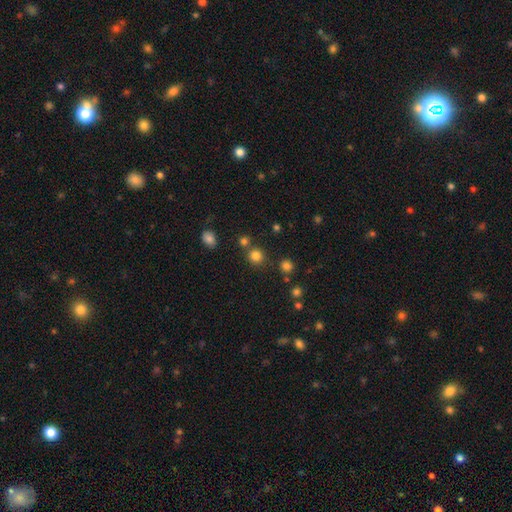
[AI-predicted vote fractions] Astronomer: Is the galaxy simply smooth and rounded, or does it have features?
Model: smooth — 80%.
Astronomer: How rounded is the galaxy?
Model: round — 89%.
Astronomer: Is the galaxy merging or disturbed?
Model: none — 76%.